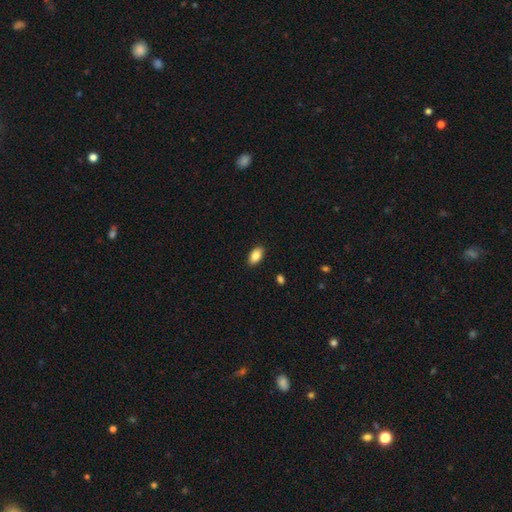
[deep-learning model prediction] This appears to be a smooth galaxy with no disk features (85%) that is in between round and cigar-shaped (93%). Merging: none (89%).